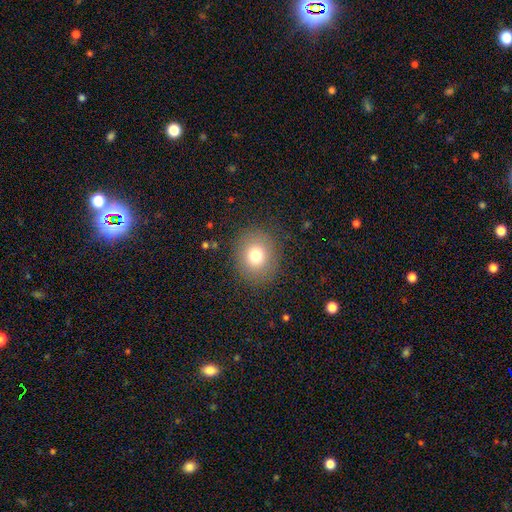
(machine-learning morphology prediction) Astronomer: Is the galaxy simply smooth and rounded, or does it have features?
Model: smooth — 76%.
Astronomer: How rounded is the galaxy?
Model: round — 79%.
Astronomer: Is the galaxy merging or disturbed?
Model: none — 87%.